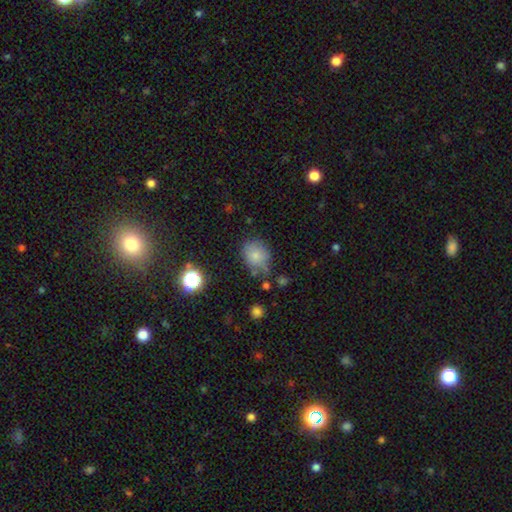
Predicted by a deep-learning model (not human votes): A smooth galaxy with no disk features (76%) that is round (62%). Merging: none (57%).